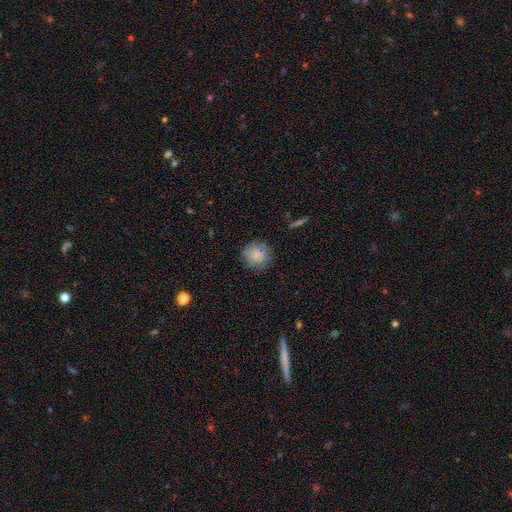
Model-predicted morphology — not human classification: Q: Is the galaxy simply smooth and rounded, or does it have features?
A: smooth — 79%.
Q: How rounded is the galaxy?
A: round — 91%.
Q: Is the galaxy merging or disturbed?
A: none — 78%.